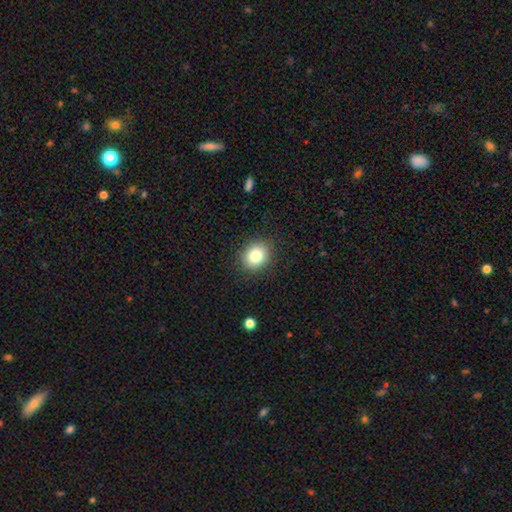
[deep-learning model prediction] smooth-or-featured: smooth: 82% | star or artifact: 10% | featured or disk: 8%
  how-rounded: round: 63% | in between: 36% | cigar-shaped: 1%
  merging: none: 89% | minor disturbance: 8% | major disturbance: 2% | merger: 1%